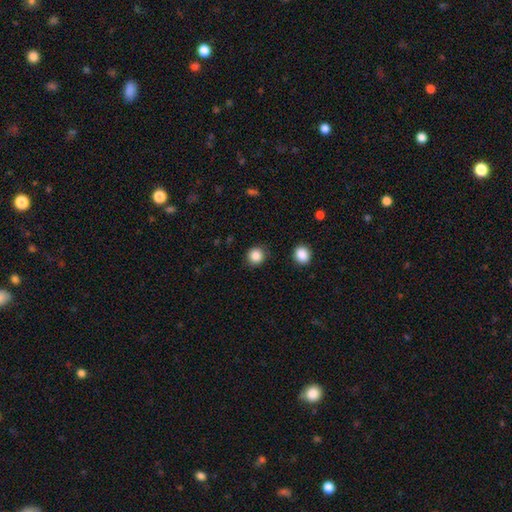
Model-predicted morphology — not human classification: type=smooth (86%); roundness=round (91%); merging=none (87%).